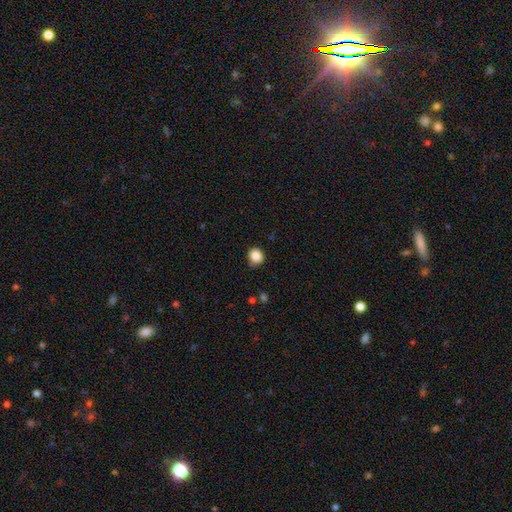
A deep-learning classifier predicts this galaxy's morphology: smooth 86%, star or artifact 10%, featured or disk 4%. Down the decision tree: how rounded — round (85%); merging — none (78%).